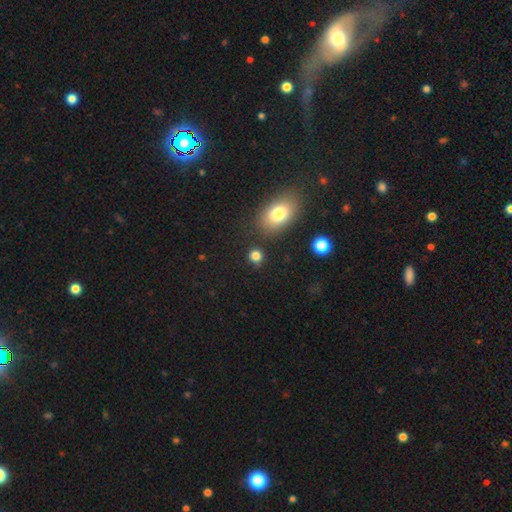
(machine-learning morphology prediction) The model was most divided on "how rounded": round: 82%, in between: 17%, cigar-shaped: 1%. More confident: merging — none (83%); smooth or featured — smooth (82%).